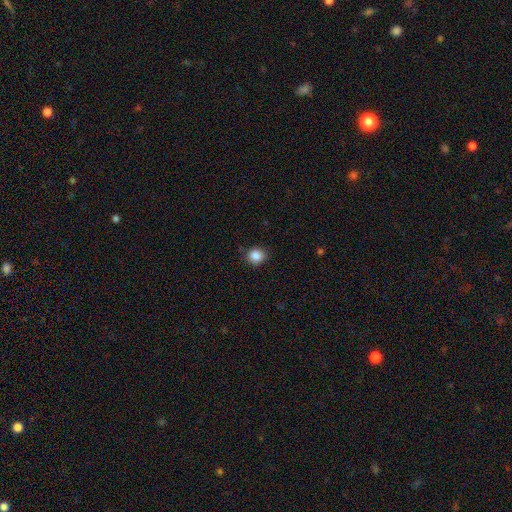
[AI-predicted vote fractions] This appears to be a smooth galaxy with no disk features (86%) that is round (80%). Merging: none (84%).